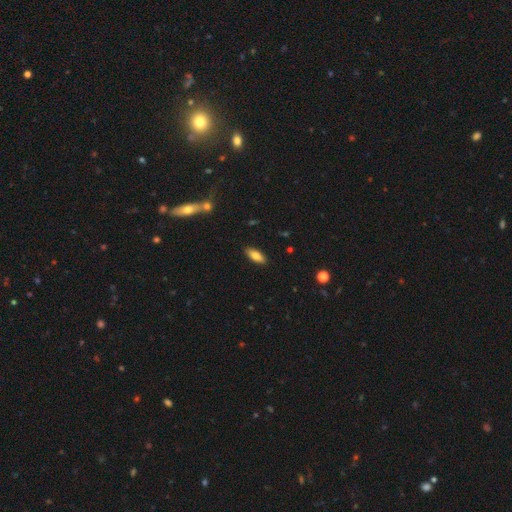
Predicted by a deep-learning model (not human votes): Overall: smooth (78%). How rounded: in between (72%). Merging: none (88%).